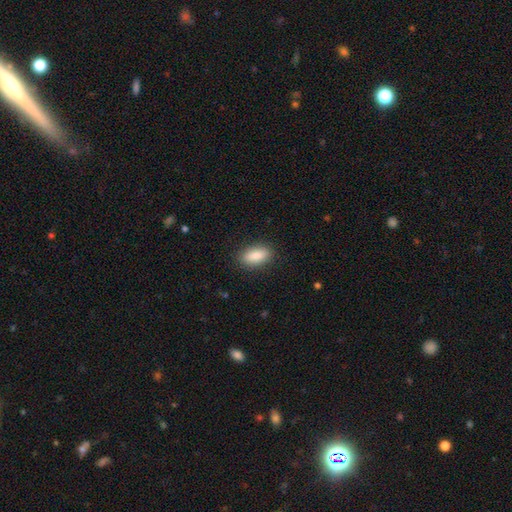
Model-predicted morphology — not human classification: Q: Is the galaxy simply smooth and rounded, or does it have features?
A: smooth — 88%.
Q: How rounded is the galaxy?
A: in between — 88%.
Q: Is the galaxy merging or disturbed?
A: none — 88%.